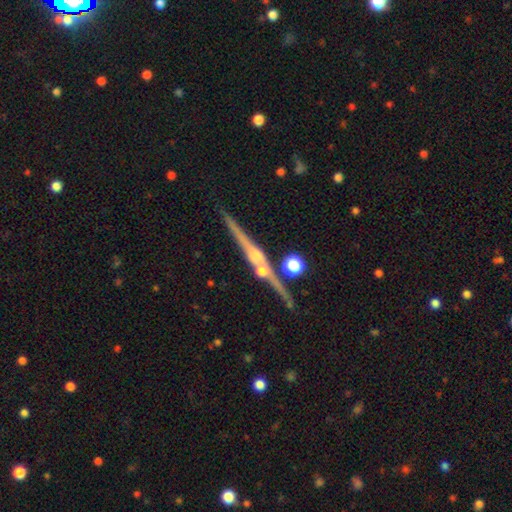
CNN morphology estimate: This appears to be a featured or disk galaxy (81%) viewed edge-on (98%) with a rounded central bulge (81%). Merging: none (81%).